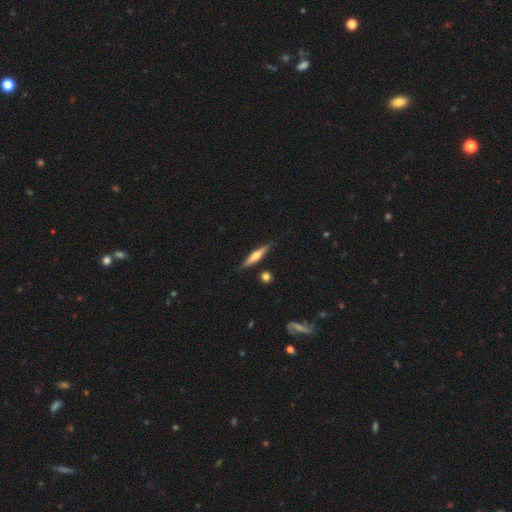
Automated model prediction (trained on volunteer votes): Smooth or featured? Predicted: featured or disk (p=0.63). Edge-on disk? Predicted: yes (p=0.96). Edge-on bulge? Predicted: rounded (p=0.90). Merging? Predicted: none (p=0.86).